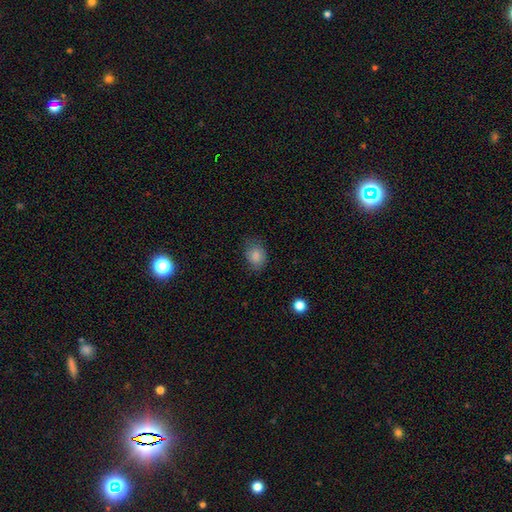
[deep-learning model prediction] smooth-or-featured: smooth: 85% | star or artifact: 9% | featured or disk: 7%
  how-rounded: in between: 64% | round: 35% | cigar-shaped: 1%
  merging: none: 67% | minor disturbance: 24% | major disturbance: 7% | merger: 1%